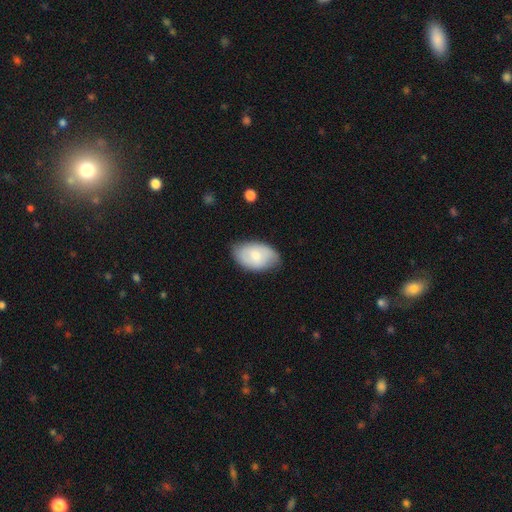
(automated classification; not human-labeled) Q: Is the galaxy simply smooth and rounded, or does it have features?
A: smooth — 63%.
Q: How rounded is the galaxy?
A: in between — 91%.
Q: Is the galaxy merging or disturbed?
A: none — 73%.